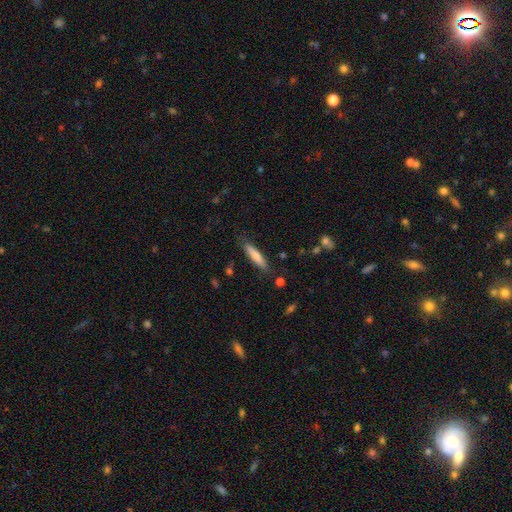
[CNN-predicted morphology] This is likely a smooth galaxy (73%). How rounded: clearly cigar-shaped (87%). Merging: clearly none (83%).